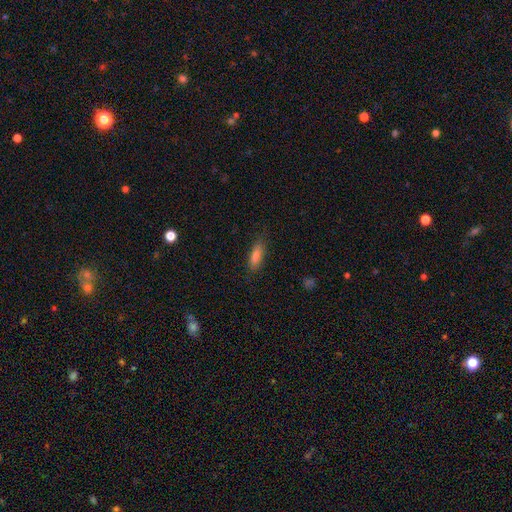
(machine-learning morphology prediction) Smooth or featured?
  - smooth: 79% *
  - featured or disk: 13%
  - star or artifact: 9%
How rounded?
  - cigar-shaped: 50% *
  - in between: 48%
  - round: 2%
Merging?
  - none: 81% *
  - minor disturbance: 14%
  - major disturbance: 4%
  - merger: 1%